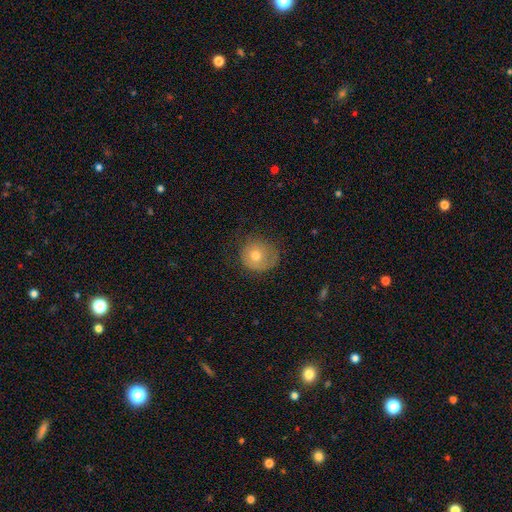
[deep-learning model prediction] Morphology: type=smooth (68%); roundness=round (83%); merging=none (57%).